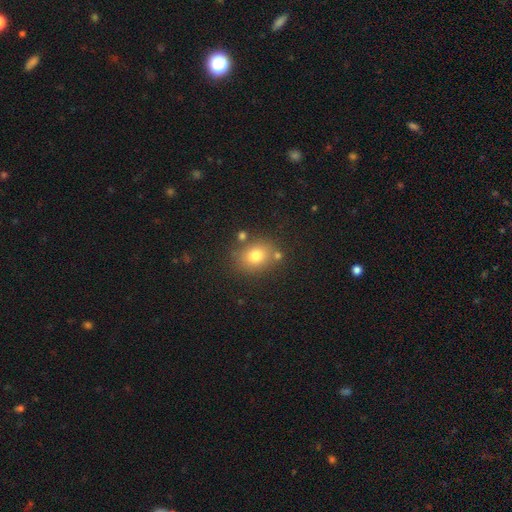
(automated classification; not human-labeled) Smooth or featured? Predicted: smooth (p=0.76). How rounded? Predicted: round (p=0.55). Merging? Predicted: none (p=0.75).